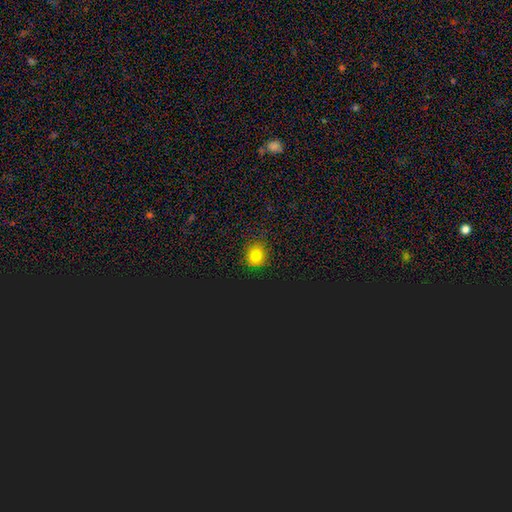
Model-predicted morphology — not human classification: type=smooth (74%); roundness=round (83%); merging=none (84%).